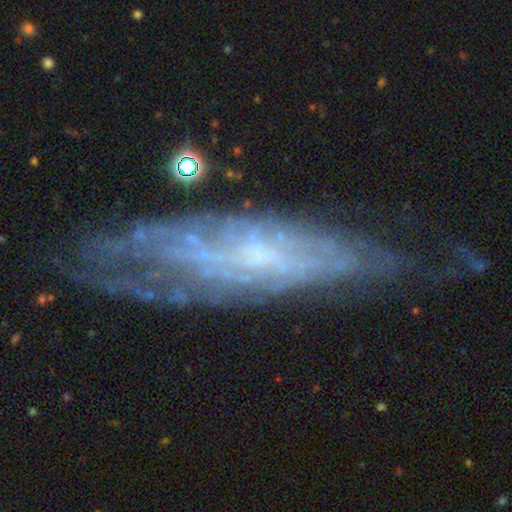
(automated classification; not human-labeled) A featured or disk galaxy (73%).

Vote fractions:
- Smooth or featured? featured or disk: 73% / smooth: 18% / star or artifact: 9%
- Edge-on disk? no: 65% / yes: 35%
- Merging? none: 65% / minor disturbance: 22% / major disturbance: 10% / merger: 3%